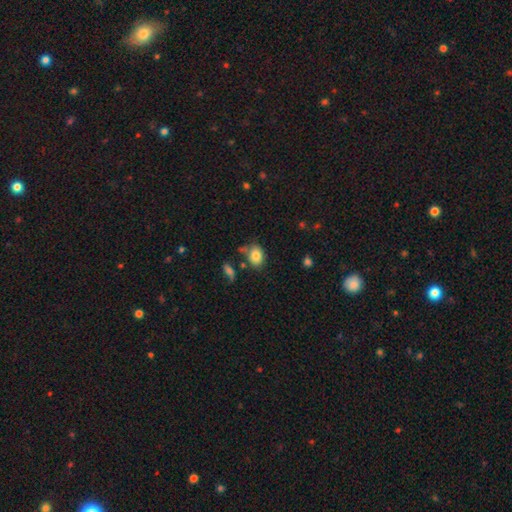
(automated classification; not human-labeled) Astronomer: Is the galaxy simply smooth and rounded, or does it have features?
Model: smooth — 83%.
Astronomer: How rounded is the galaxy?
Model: in between — 70%.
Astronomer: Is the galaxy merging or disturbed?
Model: none — 67%.